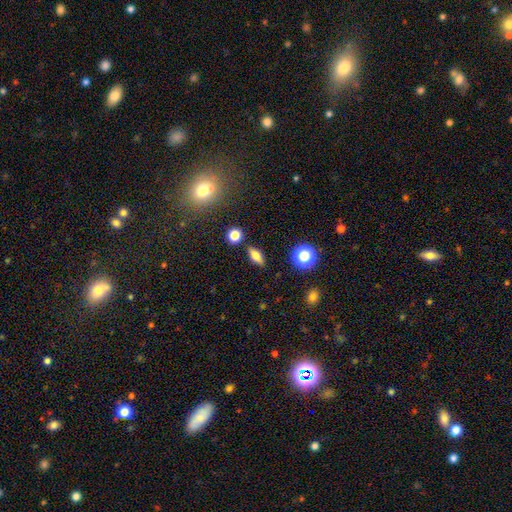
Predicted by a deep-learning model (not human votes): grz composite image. It shows a smooth galaxy with no disk features (68%) that is in between round and cigar-shaped (69%). Merging: none (85%).